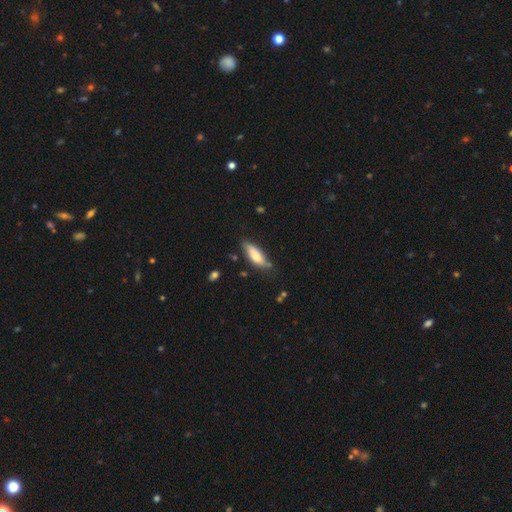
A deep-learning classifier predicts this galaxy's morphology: A smooth galaxy with no disk features (74%) that is in between round and cigar-shaped (54%).

Vote fractions:
- Smooth or featured? smooth: 74% / featured or disk: 20% / star or artifact: 6%
- How rounded? in between: 54% / cigar-shaped: 44% / round: 2%
- Merging? none: 70% / minor disturbance: 22% / major disturbance: 4% / merger: 3%